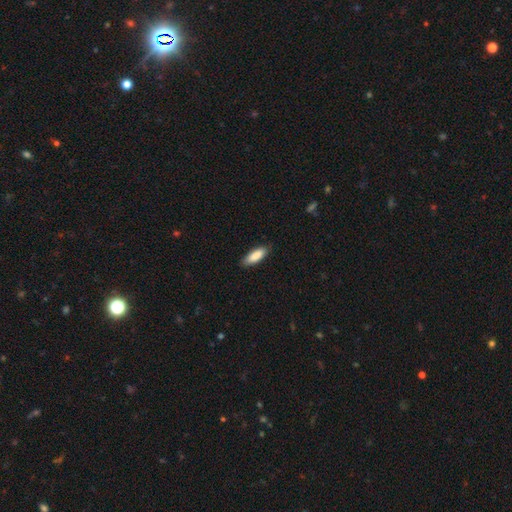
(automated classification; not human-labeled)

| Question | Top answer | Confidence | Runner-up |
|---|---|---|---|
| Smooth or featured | smooth | 87% | featured or disk (8%) |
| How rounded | in between | 64% | cigar-shaped (35%) |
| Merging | none | 86% | minor disturbance (11%) |